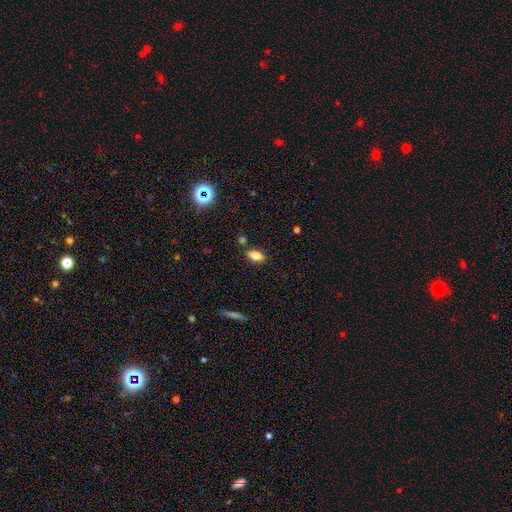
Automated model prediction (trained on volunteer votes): smooth 78%, featured or disk 12%, star or artifact 10%. Down the decision tree: how rounded — in between (88%); merging — none (83%).